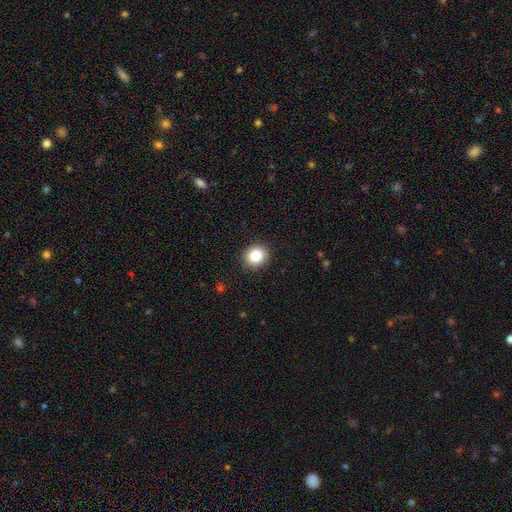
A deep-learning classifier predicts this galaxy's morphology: Smooth or featured: smooth — 85% (star or artifact — 10%)
How rounded: round — 75% (in between — 24%)
Merging: none — 90% (minor disturbance — 7%)